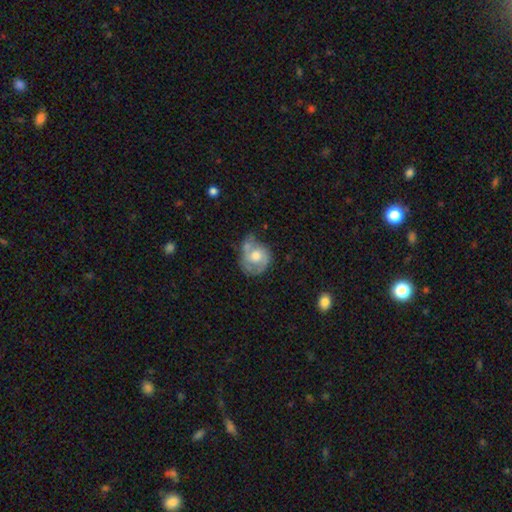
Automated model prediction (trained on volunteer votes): smooth_or_featured: featured or disk (p=0.55) [alt: smooth p=0.38]
disk_edge_on: no (p=0.97) [alt: yes p=0.03]
bar: no (p=0.73) [alt: weak p=0.23]
has_spiral_arms: yes (p=0.71) [alt: no p=0.29]
bulge_size: moderate (p=0.63) [alt: large p=0.21]
merging: none (p=0.46) [alt: minor disturbance p=0.29]